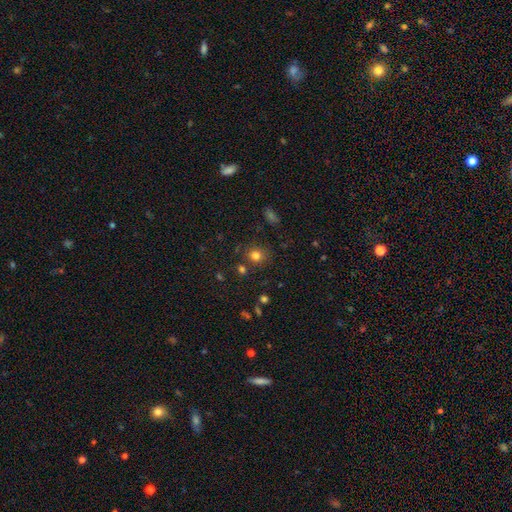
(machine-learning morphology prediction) A smooth galaxy with no disk features (78%) that is round (79%).

Vote fractions:
- Smooth or featured? smooth: 78% / star or artifact: 15% / featured or disk: 7%
- How rounded? round: 79% / in between: 20% / cigar-shaped: 1%
- Merging? none: 80% / minor disturbance: 11% / merger: 5% / major disturbance: 4%